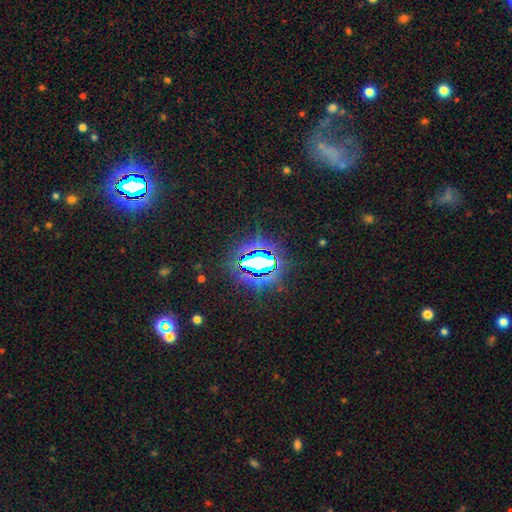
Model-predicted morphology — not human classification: Smooth or featured? Predicted: star or artifact (p=0.77).